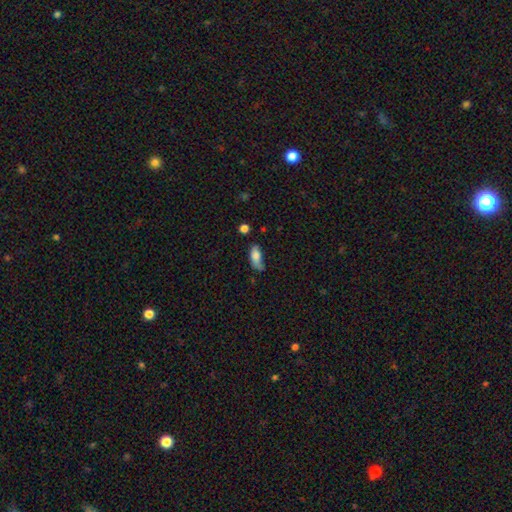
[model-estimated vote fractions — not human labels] smooth 80%, featured or disk 12%, star or artifact 8%. Down the decision tree: how rounded — in between (82%); merging — none (39%).